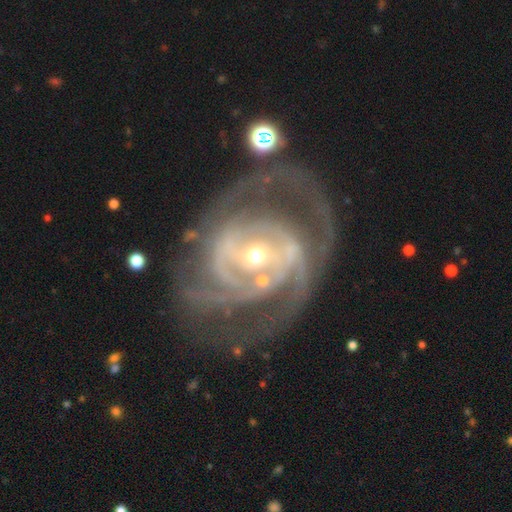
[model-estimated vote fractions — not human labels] Morphology: type=featured or disk (89%); edge-on=no (97%); bar=no (42%); spiral arms=yes (93%); winding=tight (57%); arm count=2 (31%); bulge=small (70%); merging=none (58%).